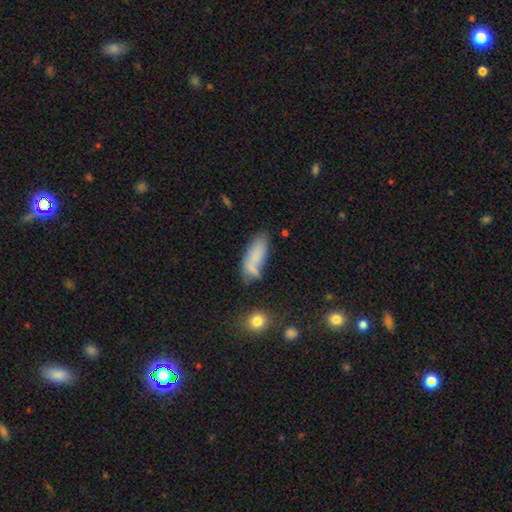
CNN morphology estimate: Smooth or featured: smooth — 75% (featured or disk — 15%)
How rounded: in between — 73% (cigar-shaped — 24%)
Merging: none — 44% (minor disturbance — 25%)